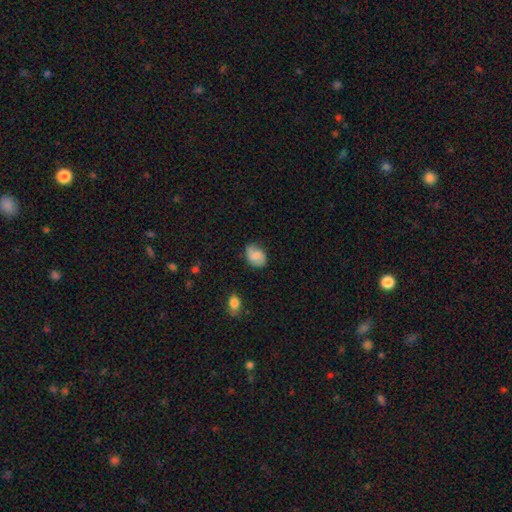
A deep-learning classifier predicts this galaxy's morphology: Smooth or featured? smooth (62%)
How rounded? in between (70%)
Merging? none (71%)